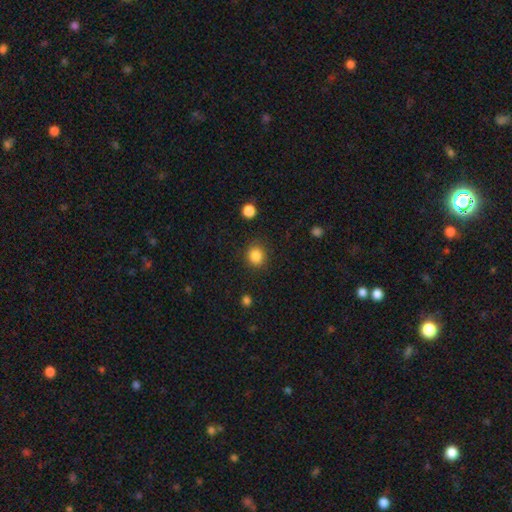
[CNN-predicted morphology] Smooth or featured? smooth (86%)
How rounded? round (85%)
Merging? none (89%)